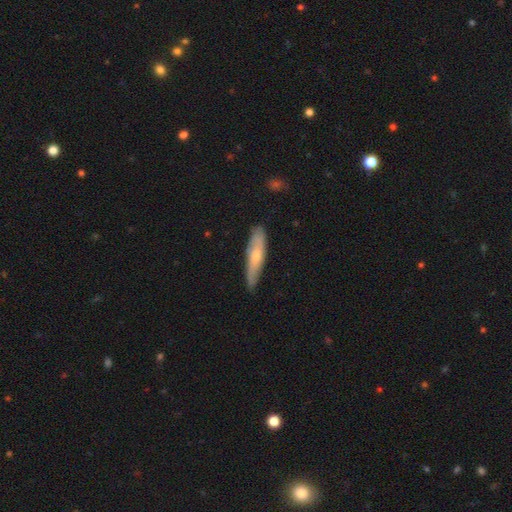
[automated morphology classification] Overall: smooth (50%; featured or disk 44%). How rounded: cigar-shaped (80%). Merging: none (76%).